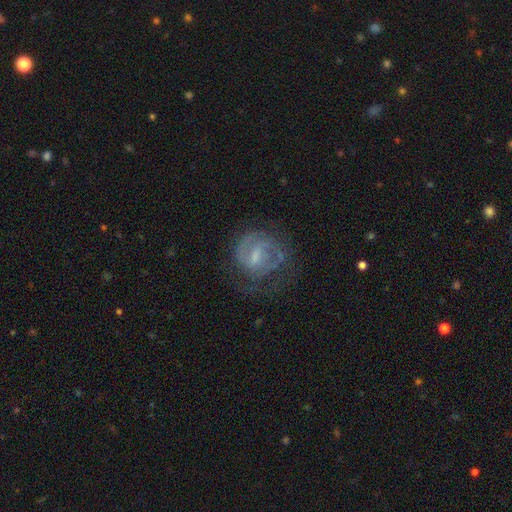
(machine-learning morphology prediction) Overall: featured or disk (73%). Edge-on disk: no (97%). Bar: weak (55%; no 26%). Spiral arms: yes (84%). Spiral arm count: 2 (50%; can't tell 27%). Spiral winding: tight (44%; medium 42%). Bulge size: small (46%; moderate 29%). Merging: none (56%; minor disturbance 21%).